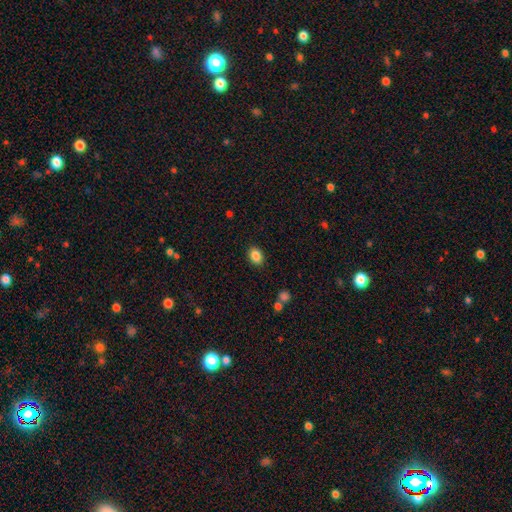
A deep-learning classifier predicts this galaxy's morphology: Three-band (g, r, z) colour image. It shows a smooth galaxy with no disk features (86%) that is in between round and cigar-shaped (67%). Merging: none (89%).